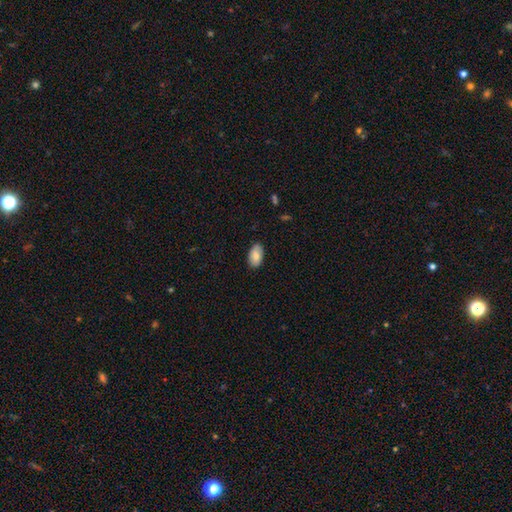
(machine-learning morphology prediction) Smooth or featured? Predicted: smooth (p=0.81). How rounded? Predicted: in between (p=0.95). Merging? Predicted: none (p=0.86).